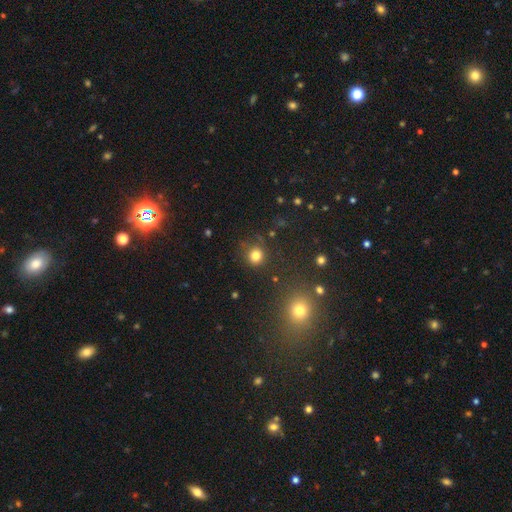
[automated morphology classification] Smooth or featured: smooth — 80% (star or artifact — 15%)
How rounded: round — 88% (in between — 11%)
Merging: none — 81% (minor disturbance — 11%)